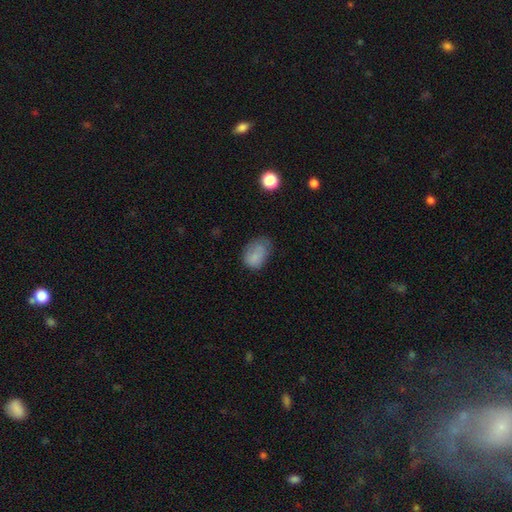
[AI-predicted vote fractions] smooth_or_featured: smooth (p=0.82) [alt: featured or disk p=0.09]
how_rounded: in between (p=0.78) [alt: round p=0.21]
merging: none (p=0.49) [alt: minor disturbance p=0.35]